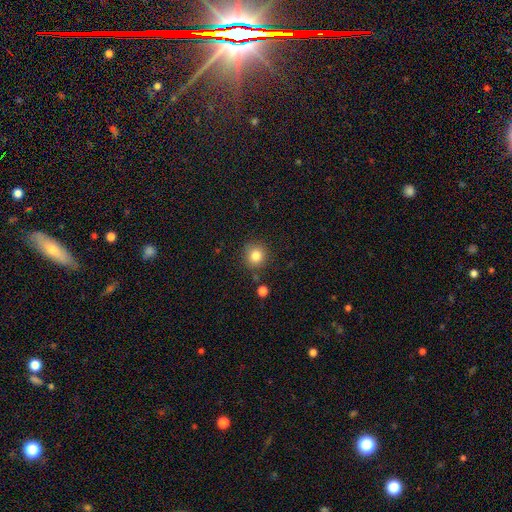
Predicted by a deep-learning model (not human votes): A smooth galaxy with no disk features (82%) that is round (92%).

Vote fractions:
- Smooth or featured? smooth: 82% / star or artifact: 11% / featured or disk: 6%
- How rounded? round: 92% / in between: 8% / cigar-shaped: 1%
- Merging? none: 85% / minor disturbance: 9% / merger: 4% / major disturbance: 3%